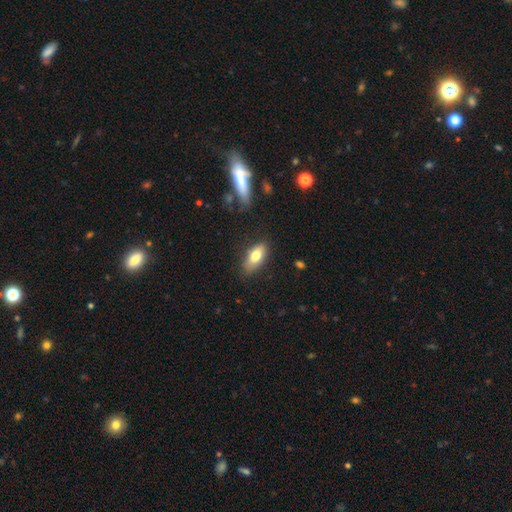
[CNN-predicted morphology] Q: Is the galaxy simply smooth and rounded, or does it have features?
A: smooth — 75%.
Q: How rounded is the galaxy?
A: in between — 85%.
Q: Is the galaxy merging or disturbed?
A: none — 77%.